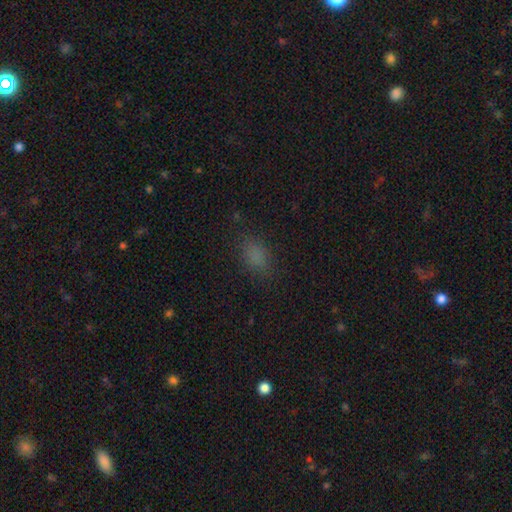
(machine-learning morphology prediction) This is likely a smooth galaxy (79%). How rounded: clearly in between (83%). Merging: likely none (78%).